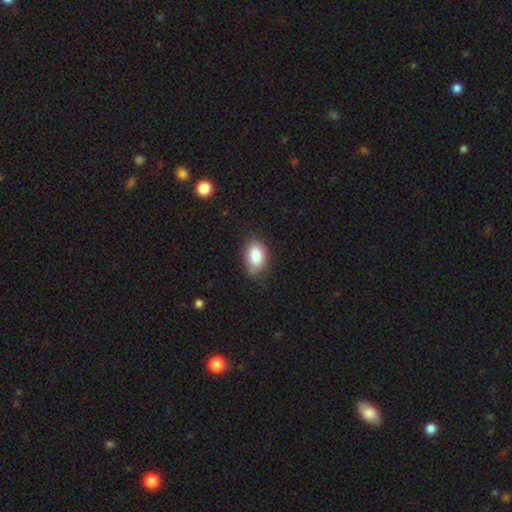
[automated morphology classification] smooth-or-featured: smooth: 86% | star or artifact: 8% | featured or disk: 7%
  how-rounded: in between: 88% | round: 11% | cigar-shaped: 1%
  merging: none: 69% | minor disturbance: 25% | major disturbance: 4% | merger: 2%